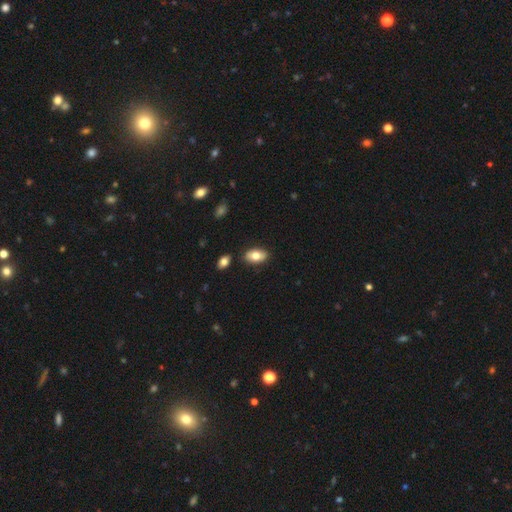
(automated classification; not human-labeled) Q: Smooth or featured?
A: smooth (74%); runner-up: featured or disk (19%)
Q: How rounded?
A: in between (92%); runner-up: round (6%)
Q: Merging?
A: none (84%); runner-up: minor disturbance (10%)